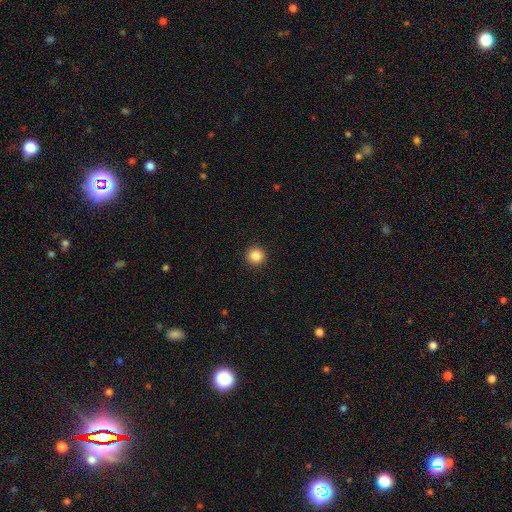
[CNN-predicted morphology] This is clearly a smooth galaxy (86%). How rounded: clearly round (96%). Merging: clearly none (93%).